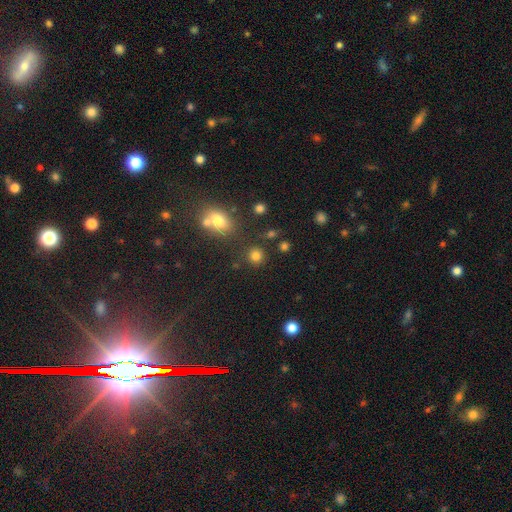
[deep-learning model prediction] smooth_or_featured: smooth (p=0.80) [alt: star or artifact p=0.14]
how_rounded: round (p=0.87) [alt: in between p=0.12]
merging: none (p=0.82) [alt: minor disturbance p=0.08]